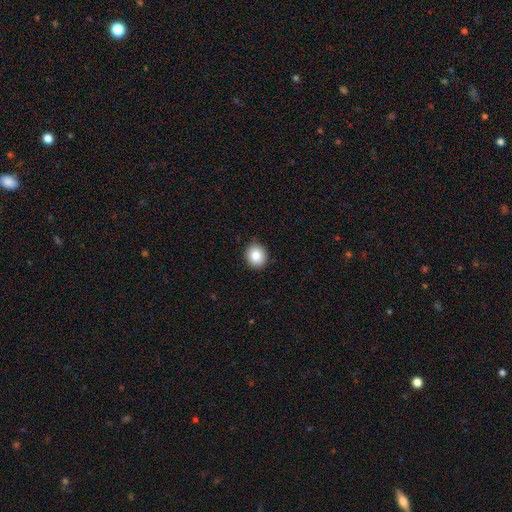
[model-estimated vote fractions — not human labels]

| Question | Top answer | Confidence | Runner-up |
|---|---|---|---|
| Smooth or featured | smooth | 84% | star or artifact (9%) |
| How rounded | round | 76% | in between (23%) |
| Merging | none | 90% | minor disturbance (7%) |